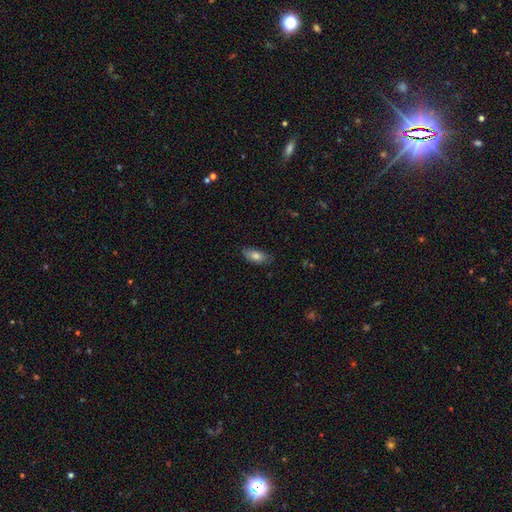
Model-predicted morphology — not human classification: The model was most divided on "merging": none: 76%, minor disturbance: 20%, major disturbance: 3%, merger: 1%. More confident: how rounded — in between (88%); smooth or featured — smooth (79%).